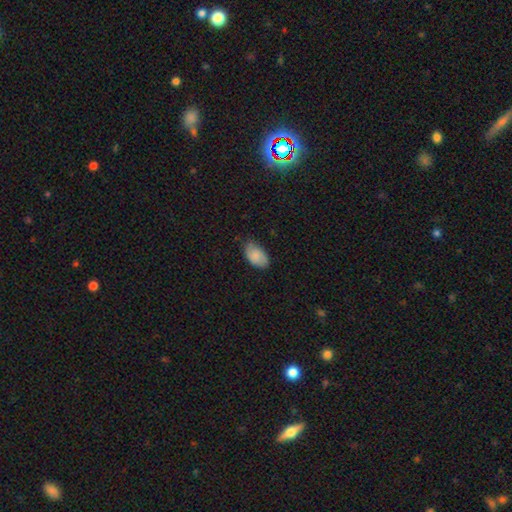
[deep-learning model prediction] A smooth galaxy with no disk features (80%) that is in between round and cigar-shaped (93%).

Vote fractions:
- Smooth or featured? smooth: 80% / featured or disk: 14% / star or artifact: 7%
- How rounded? in between: 93% / round: 5% / cigar-shaped: 1%
- Merging? none: 72% / minor disturbance: 24% / major disturbance: 4% / merger: 1%